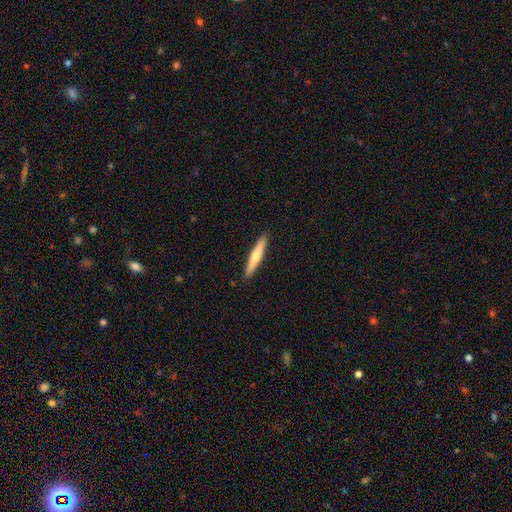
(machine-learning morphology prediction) Q: Smooth or featured?
A: smooth (58%); runner-up: featured or disk (37%)
Q: How rounded?
A: cigar-shaped (93%); runner-up: in between (6%)
Q: Merging?
A: none (91%); runner-up: minor disturbance (6%)